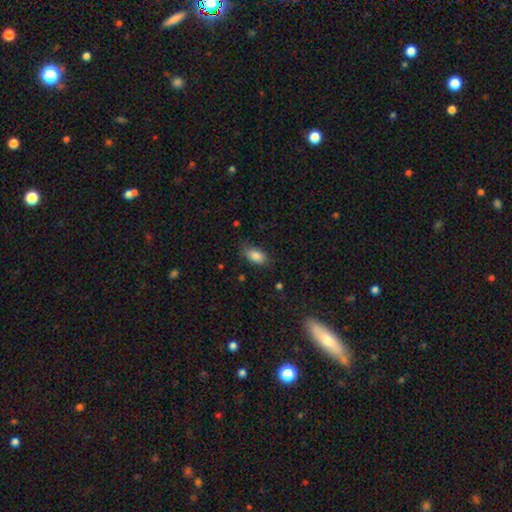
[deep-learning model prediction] A smooth galaxy with no disk features (85%) that is in between round and cigar-shaped (91%). Merging: none (77%).